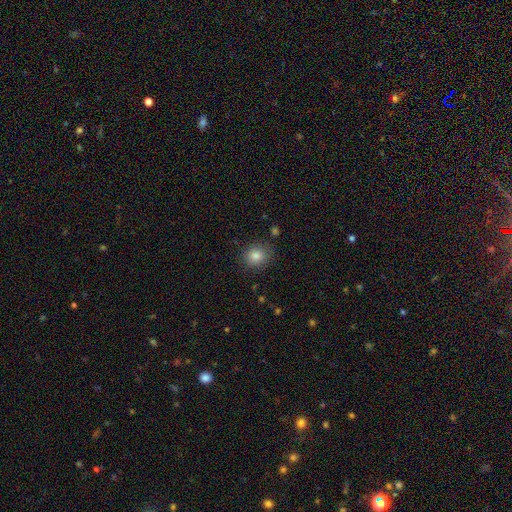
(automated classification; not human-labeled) The model was most divided on "how rounded": round: 79%, in between: 20%, cigar-shaped: 1%. More confident: merging — none (84%); smooth or featured — smooth (83%).